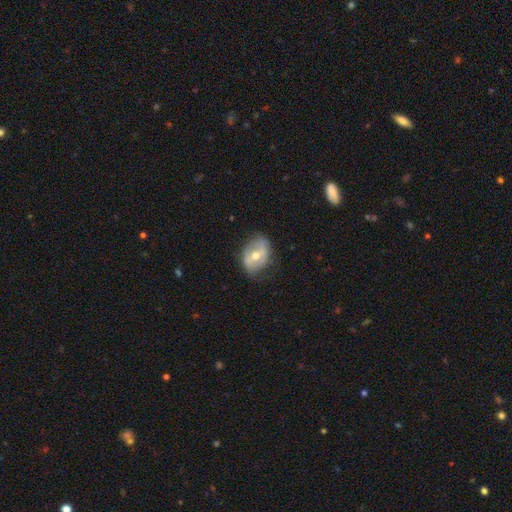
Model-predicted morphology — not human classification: Smooth or featured? Predicted: featured or disk (p=0.54). Edge-on disk? Predicted: no (p=0.93). Bar? Predicted: weak (p=0.38). Spiral arms? Predicted: no (p=0.55). Bulge size? Predicted: moderate (p=0.73). Merging? Predicted: none (p=0.68).